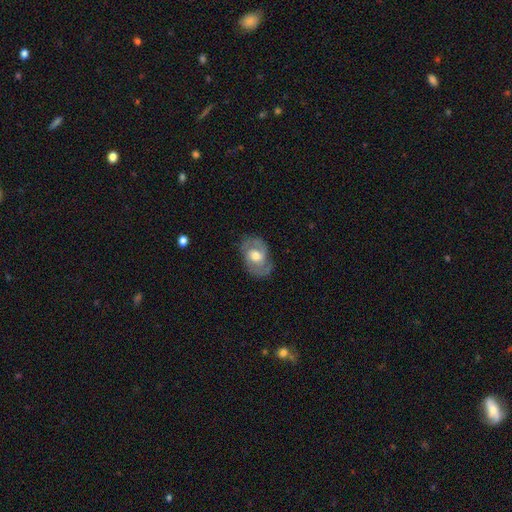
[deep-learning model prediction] The model was most divided on "spiral winding": medium: 49%, tight: 34%, loose: 17%. More confident: edge-on disk — no (96%); spiral arms — yes (85%); spiral arm count — 2 (79%); merging — none (74%); smooth or featured — featured or disk (74%); bulge size — moderate (65%); bar — no (55%).